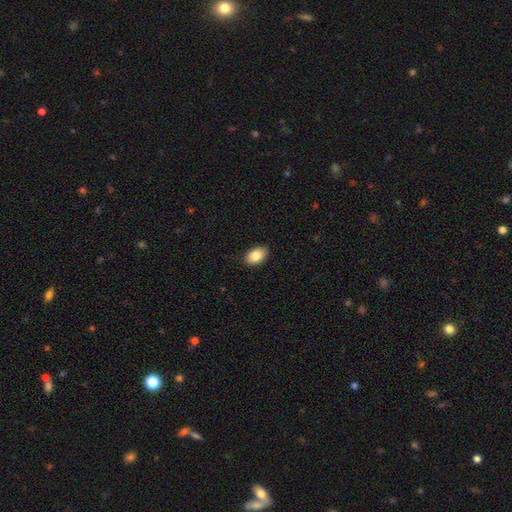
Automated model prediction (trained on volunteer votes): smooth-or-featured: smooth: 85% | star or artifact: 7% | featured or disk: 7%
  how-rounded: in between: 89% | round: 10% | cigar-shaped: 1%
  merging: none: 88% | minor disturbance: 9% | major disturbance: 2% | merger: 1%